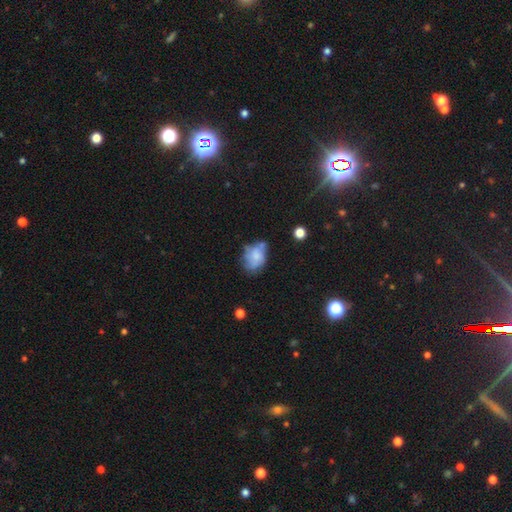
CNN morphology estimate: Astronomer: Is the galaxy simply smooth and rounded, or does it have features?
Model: smooth — 55% (runner-up: featured or disk, 35%).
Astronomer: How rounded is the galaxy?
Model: in between — 76%.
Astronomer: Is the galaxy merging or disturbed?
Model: none — 39% (runner-up: minor disturbance, 32%).